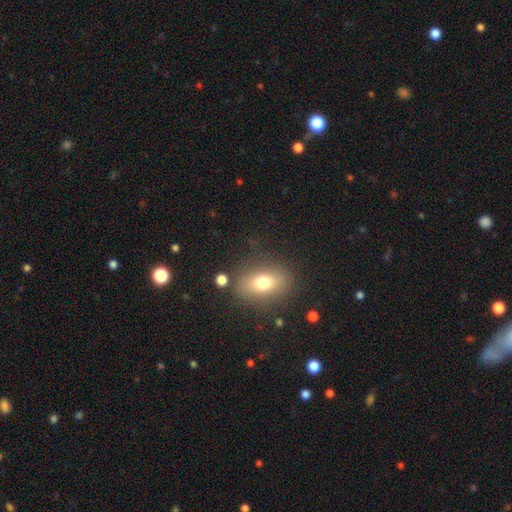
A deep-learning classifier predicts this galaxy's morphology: Smooth or featured? smooth (61%)
How rounded? in between (71%)
Merging? none (84%)